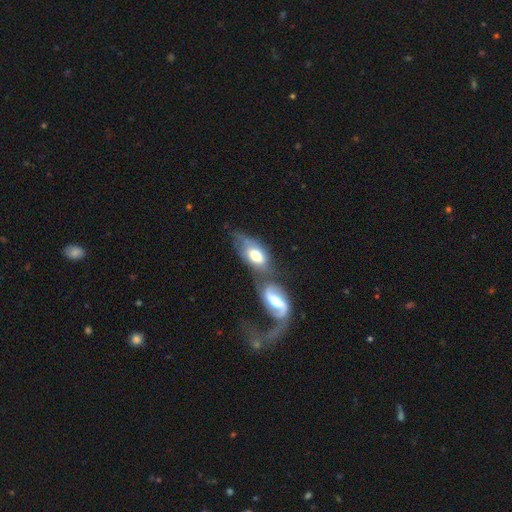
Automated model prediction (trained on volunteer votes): This appears to be a smooth galaxy with no disk features (52%) that is in between round and cigar-shaped (89%). Merging: merger (51%).